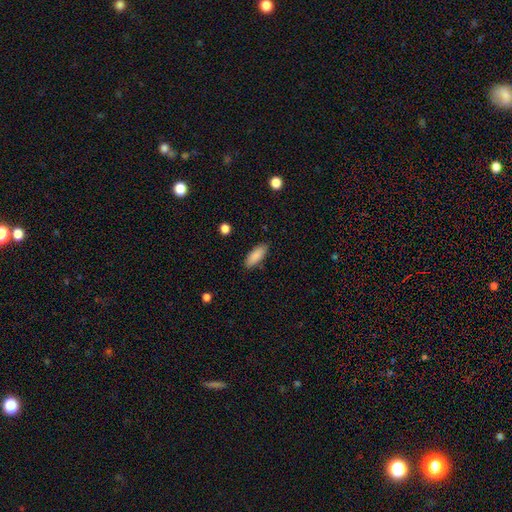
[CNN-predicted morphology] smooth 88%, star or artifact 6%, featured or disk 6%. Down the decision tree: how rounded — in between (68%); merging — none (86%).